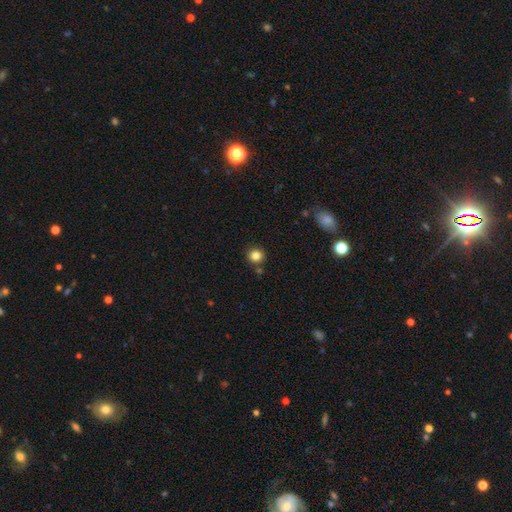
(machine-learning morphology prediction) smooth-or-featured: smooth: 84% | star or artifact: 11% | featured or disk: 5%
  how-rounded: round: 90% | in between: 9% | cigar-shaped: 1%
  merging: none: 82% | minor disturbance: 9% | merger: 6% | major disturbance: 3%